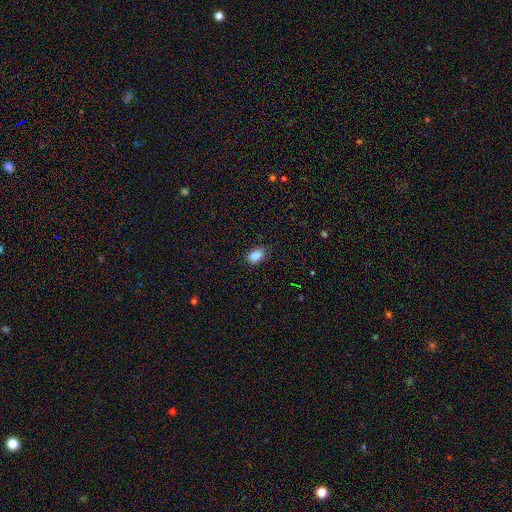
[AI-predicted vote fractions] smooth-or-featured: smooth: 88% | star or artifact: 8% | featured or disk: 4%
  how-rounded: in between: 88% | round: 11% | cigar-shaped: 2%
  merging: none: 82% | minor disturbance: 14% | major disturbance: 3% | merger: 1%